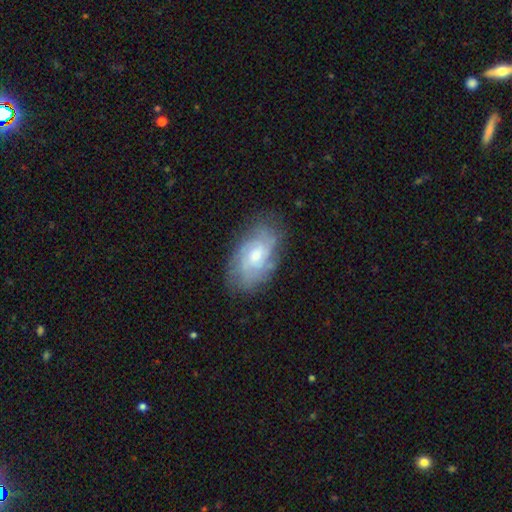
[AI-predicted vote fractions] This appears to be a featured or disk galaxy (69%) with no bar (67%), tight (54%) spiral arms (88%) and a moderate central bulge (47%, tied with small). Merging: none (76%).